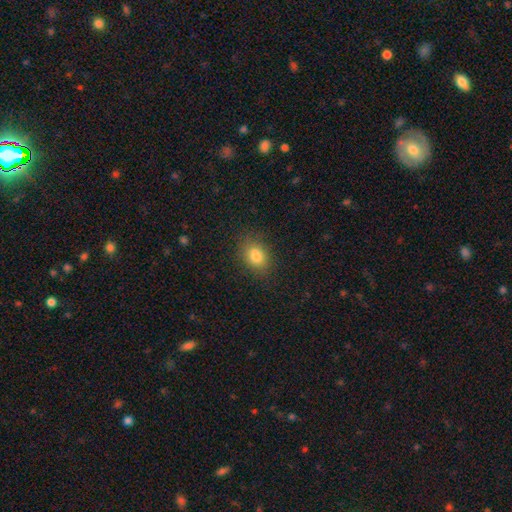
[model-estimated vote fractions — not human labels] Smooth or featured?
  - smooth: 81% *
  - star or artifact: 11%
  - featured or disk: 7%
How rounded?
  - in between: 71% *
  - round: 27%
  - cigar-shaped: 2%
Merging?
  - none: 82% *
  - minor disturbance: 13%
  - major disturbance: 4%
  - merger: 1%